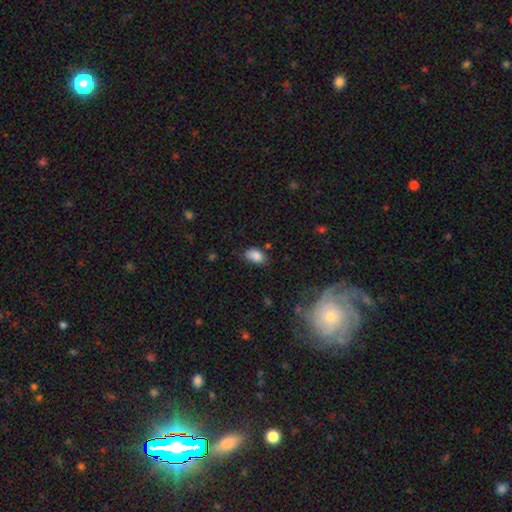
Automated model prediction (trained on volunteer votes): Overall: smooth (87%). How rounded: in between (89%). Merging: none (71%).